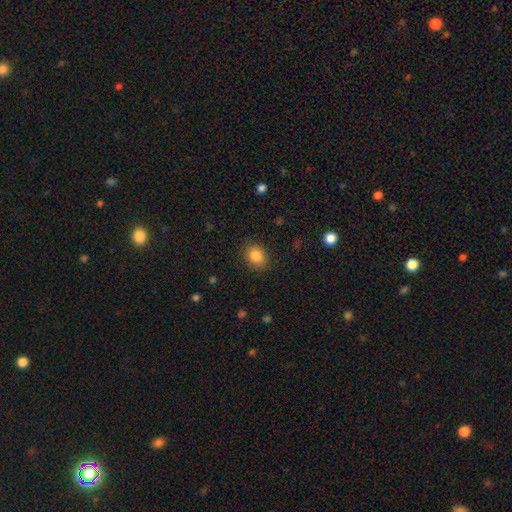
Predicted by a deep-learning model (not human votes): Overall: smooth (86%). How rounded: round (55%; in between 44%). Merging: none (86%).